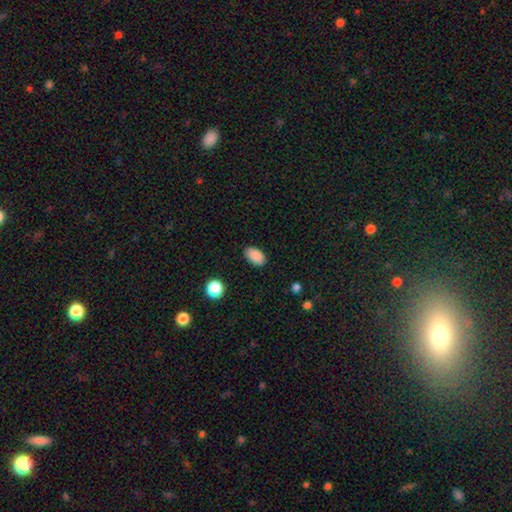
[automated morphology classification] A smooth galaxy with no disk features (88%) that is in between round and cigar-shaped (91%). Merging: none (85%).